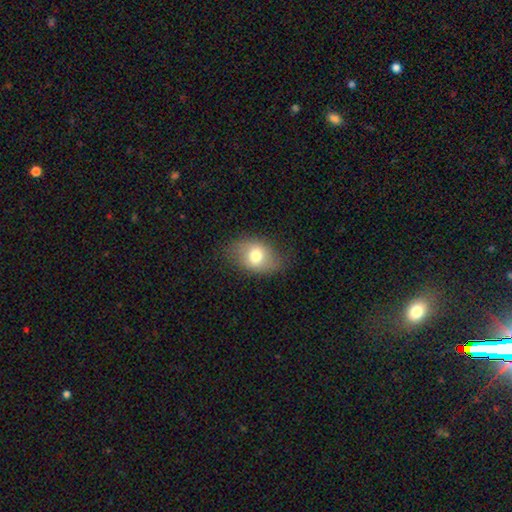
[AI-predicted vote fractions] A smooth galaxy with no disk features (73%) that is in between round and cigar-shaped (76%). Merging: none (76%).